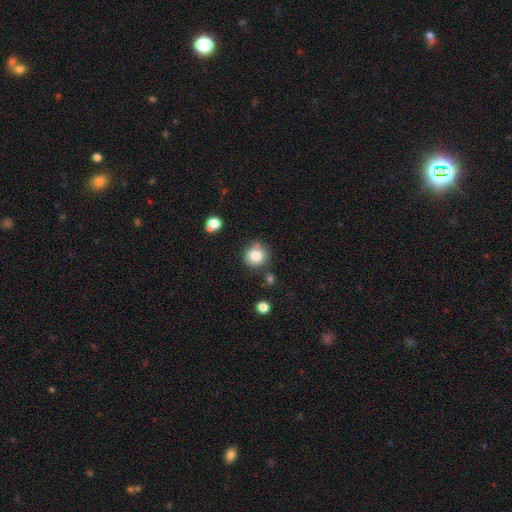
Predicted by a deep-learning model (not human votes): Smooth or featured? Predicted: smooth (p=0.84). How rounded? Predicted: round (p=0.90). Merging? Predicted: none (p=0.76).